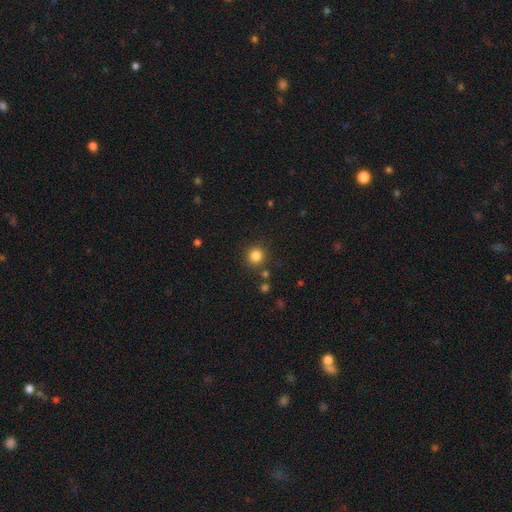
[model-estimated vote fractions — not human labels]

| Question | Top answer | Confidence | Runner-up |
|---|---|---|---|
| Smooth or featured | smooth | 83% | star or artifact (12%) |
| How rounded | round | 93% | in between (6%) |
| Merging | none | 87% | minor disturbance (7%) |